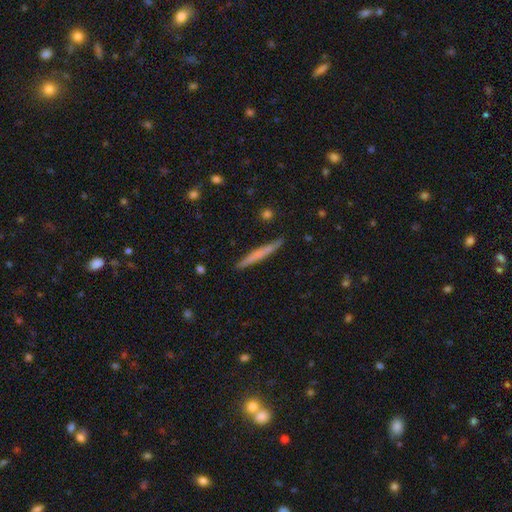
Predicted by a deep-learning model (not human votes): Overall: smooth (57%; featured or disk 37%). How rounded: cigar-shaped (96%). Merging: none (89%).